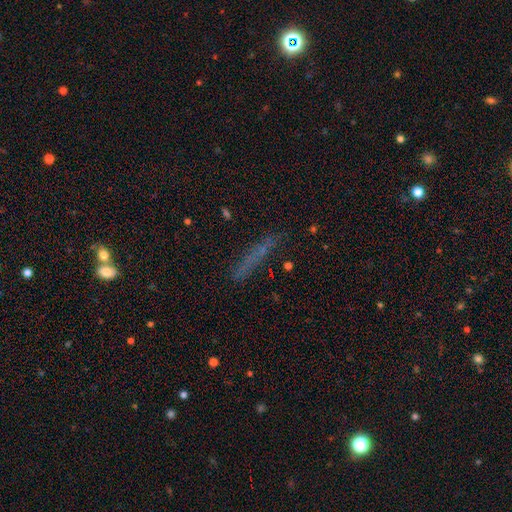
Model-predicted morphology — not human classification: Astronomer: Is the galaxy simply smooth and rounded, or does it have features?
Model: smooth — 53% (runner-up: featured or disk, 29%).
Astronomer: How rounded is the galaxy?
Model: cigar-shaped — 89%.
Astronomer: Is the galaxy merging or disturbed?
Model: none — 77%.